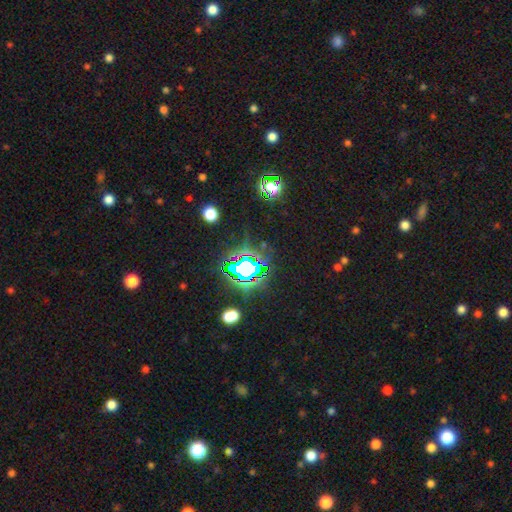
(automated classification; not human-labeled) smooth-or-featured: star or artifact: 83% | smooth: 11% | featured or disk: 7%